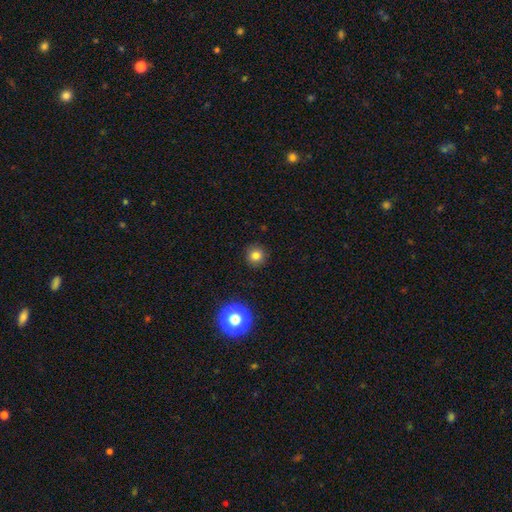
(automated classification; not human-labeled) A smooth galaxy with no disk features (79%) that is round (95%). Merging: none (92%).